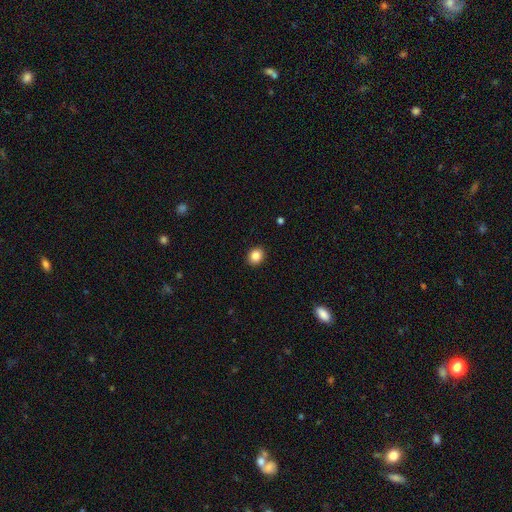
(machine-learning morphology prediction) The model was most divided on "how rounded": round: 68%, in between: 31%, cigar-shaped: 1%. More confident: merging — none (91%); smooth or featured — smooth (86%).